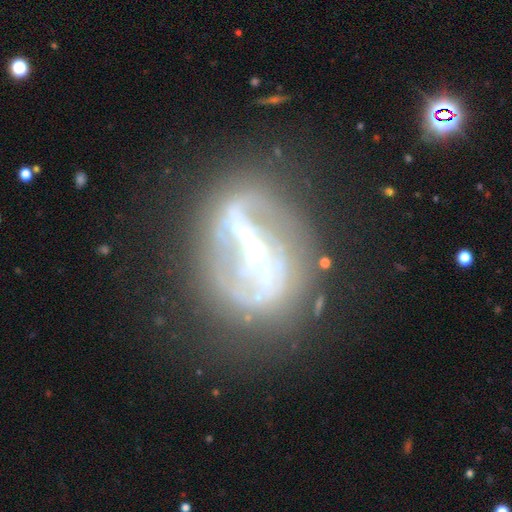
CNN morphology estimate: Smooth or featured? Predicted: featured or disk (p=0.86). Edge-on disk? Predicted: no (p=0.90). Bar? Predicted: strong (p=0.78). Spiral arms? Predicted: yes (p=0.80). Spiral winding? Predicted: medium (p=0.37). Spiral arm count? Predicted: 2 (p=0.73). Bulge size? Predicted: small (p=0.56). Merging? Predicted: none (p=0.70).